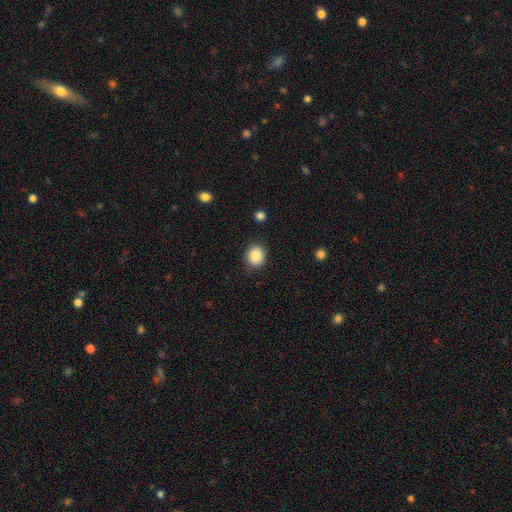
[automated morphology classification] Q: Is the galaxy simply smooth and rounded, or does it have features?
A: smooth — 88%.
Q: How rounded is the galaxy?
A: round — 71%.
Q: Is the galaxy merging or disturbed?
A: none — 85%.